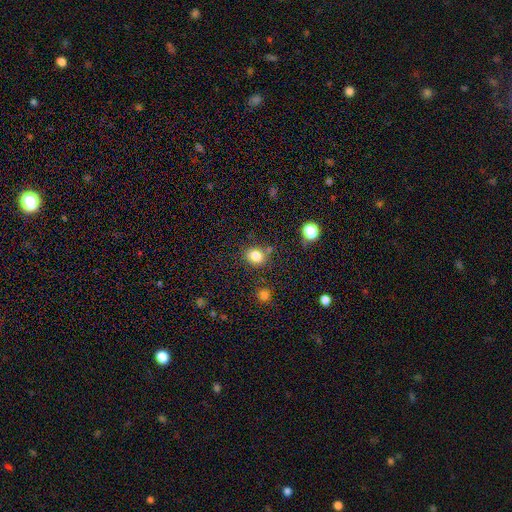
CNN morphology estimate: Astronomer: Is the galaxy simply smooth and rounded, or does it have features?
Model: smooth — 82%.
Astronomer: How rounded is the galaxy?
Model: round — 66%.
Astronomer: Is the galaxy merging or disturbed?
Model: none — 76%.